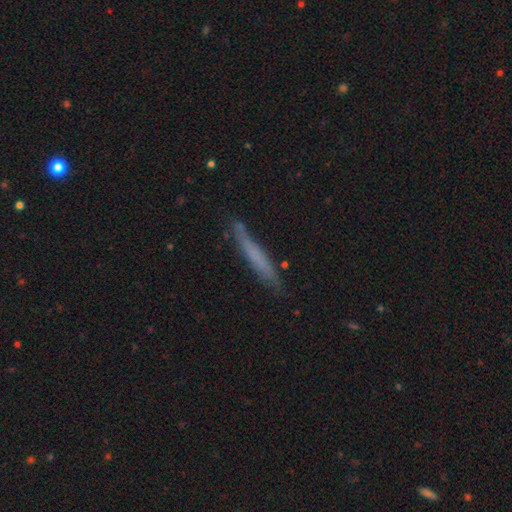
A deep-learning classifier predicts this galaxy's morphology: This appears to be a smooth galaxy with no disk features (56%) that is cigar-shaped (95%). Merging: none (78%).